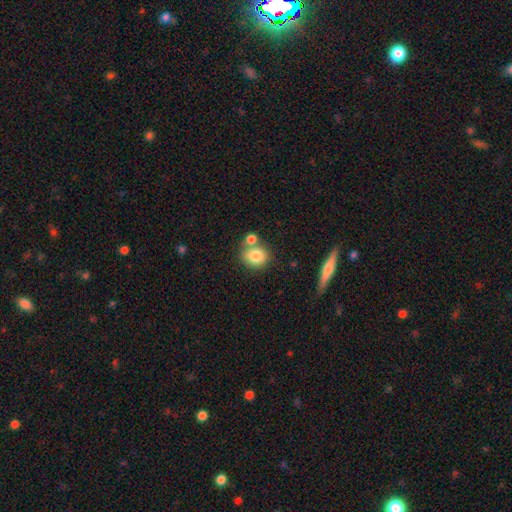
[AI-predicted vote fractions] A smooth galaxy with no disk features (82%) that is round (63%).

Vote fractions:
- Smooth or featured? smooth: 82% / featured or disk: 10% / star or artifact: 9%
- How rounded? round: 63% / in between: 36% / cigar-shaped: 2%
- Merging? none: 56% / merger: 28% / minor disturbance: 12% / major disturbance: 4%